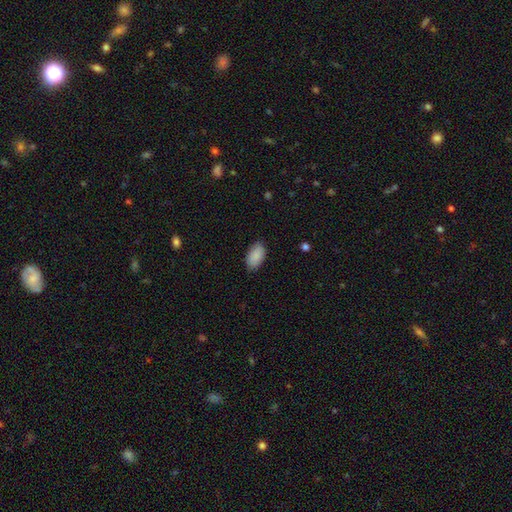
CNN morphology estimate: A smooth galaxy with no disk features (90%) that is in between round and cigar-shaped (94%).

Vote fractions:
- Smooth or featured? smooth: 90% / star or artifact: 6% / featured or disk: 4%
- How rounded? in between: 94% / round: 4% / cigar-shaped: 2%
- Merging? none: 83% / minor disturbance: 13% / major disturbance: 3% / merger: 1%